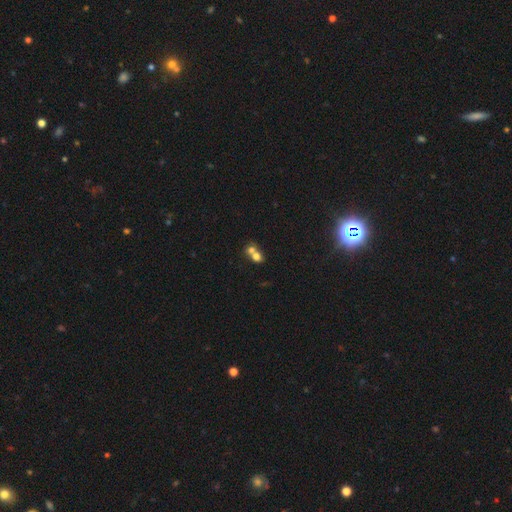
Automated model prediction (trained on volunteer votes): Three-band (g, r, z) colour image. It shows a smooth galaxy with no disk features (70%) that is round (65%). Merging: merger (64%).